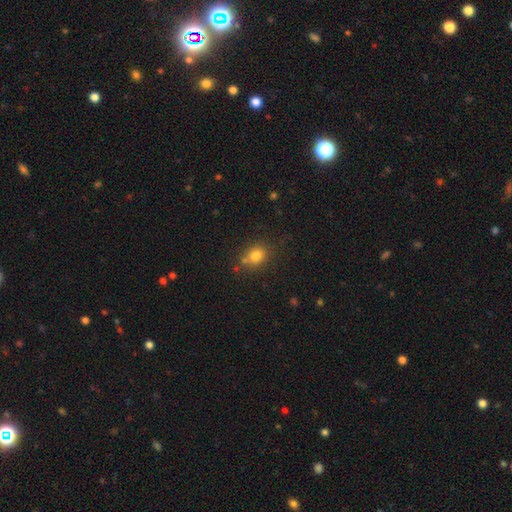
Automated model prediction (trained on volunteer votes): This appears to be a smooth galaxy with no disk features (79%) that is round (55%). Merging: none (66%).